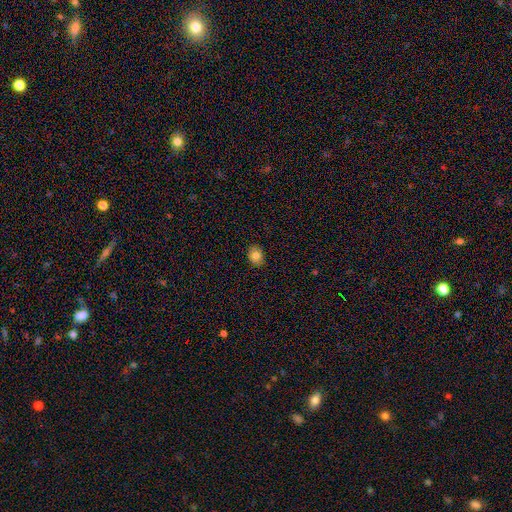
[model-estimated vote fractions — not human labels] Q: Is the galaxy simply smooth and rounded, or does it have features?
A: smooth — 81%.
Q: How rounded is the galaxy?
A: in between — 54%.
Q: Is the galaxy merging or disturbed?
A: none — 89%.